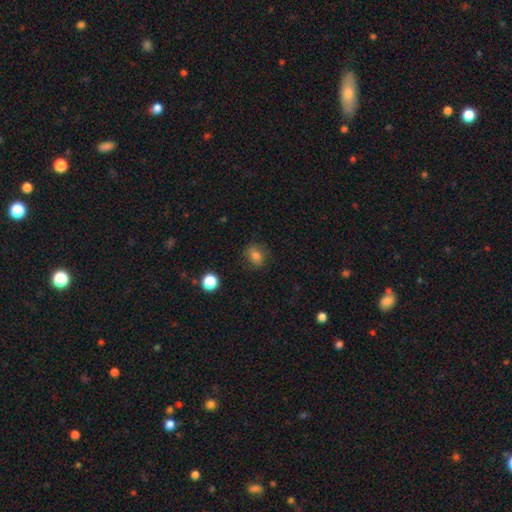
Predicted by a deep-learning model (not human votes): Overall: smooth (77%). How rounded: round (51%; in between 48%). Merging: none (77%).